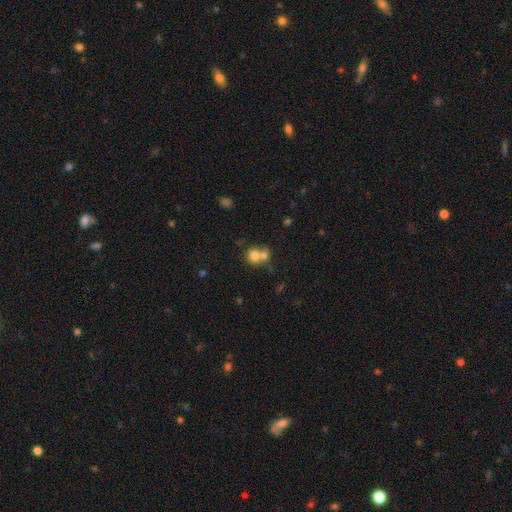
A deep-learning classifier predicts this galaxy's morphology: smooth-or-featured: smooth: 75% | featured or disk: 15% | star or artifact: 11%
  how-rounded: round: 80% | in between: 19% | cigar-shaped: 1%
  merging: merger: 57% | none: 34% | minor disturbance: 7% | major disturbance: 3%